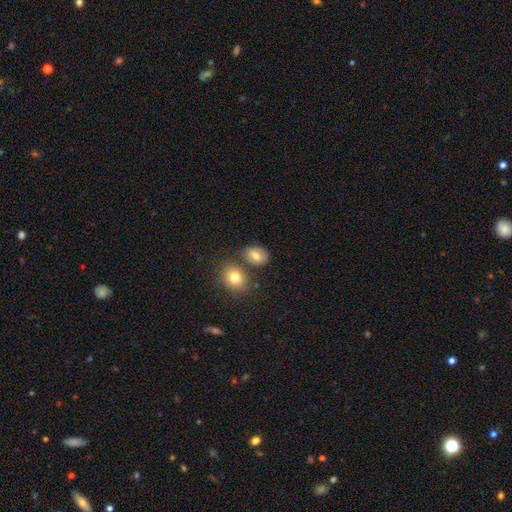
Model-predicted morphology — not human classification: Smooth or featured?
  - smooth: 75% *
  - featured or disk: 14%
  - star or artifact: 11%
How rounded?
  - in between: 58% *
  - round: 41%
  - cigar-shaped: 1%
Merging?
  - none: 66% *
  - merger: 17%
  - minor disturbance: 13%
  - major disturbance: 4%